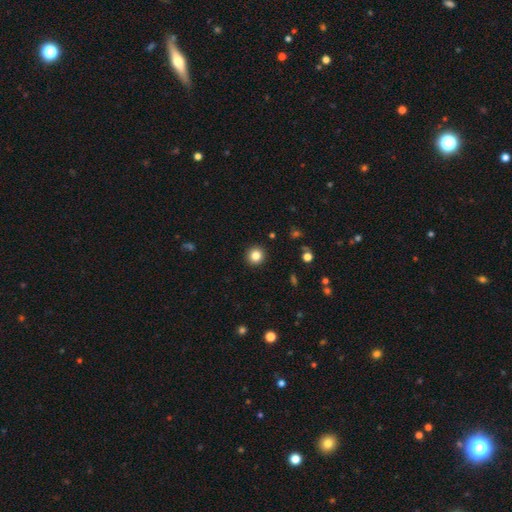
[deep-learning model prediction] A smooth galaxy with no disk features (84%) that is round (94%). Merging: none (93%).